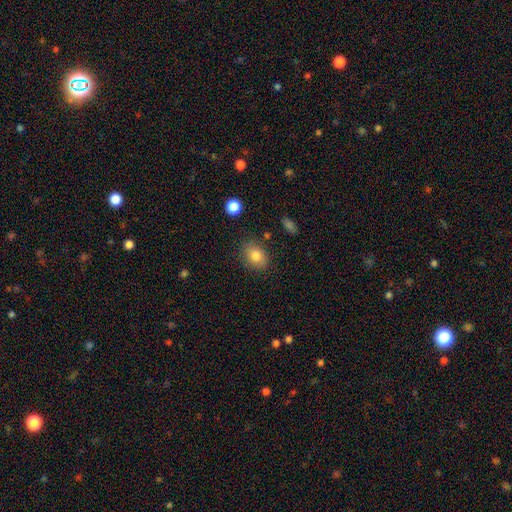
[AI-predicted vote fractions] Smooth or featured? Predicted: smooth (p=0.82). How rounded? Predicted: in between (p=0.61). Merging? Predicted: none (p=0.81).